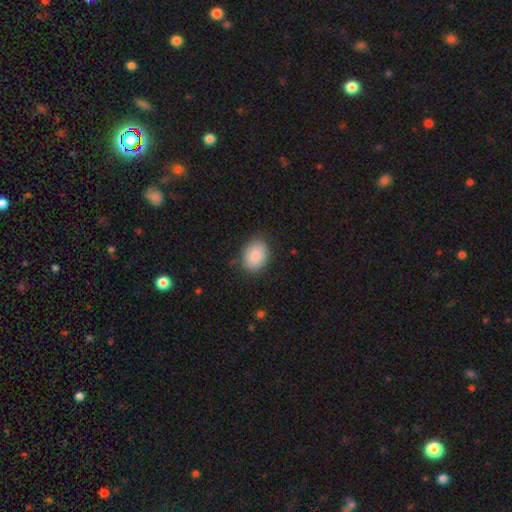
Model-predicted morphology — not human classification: Smooth or featured? Predicted: smooth (p=0.88). How rounded? Predicted: in between (p=0.74). Merging? Predicted: none (p=0.82).